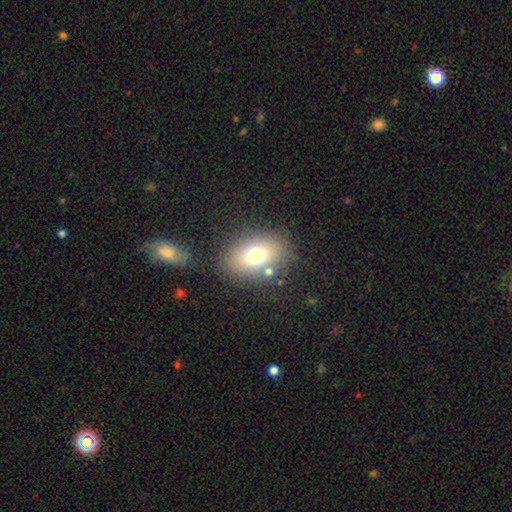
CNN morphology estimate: Q: Smooth or featured?
A: smooth (70%); runner-up: featured or disk (15%)
Q: How rounded?
A: in between (68%); runner-up: round (31%)
Q: Merging?
A: none (77%); runner-up: minor disturbance (11%)